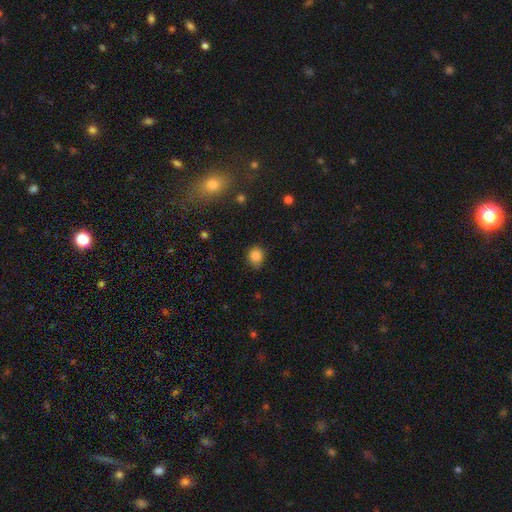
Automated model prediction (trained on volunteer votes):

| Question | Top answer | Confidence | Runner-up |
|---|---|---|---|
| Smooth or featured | smooth | 84% | star or artifact (11%) |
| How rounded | round | 75% | in between (24%) |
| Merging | none | 77% | minor disturbance (18%) |